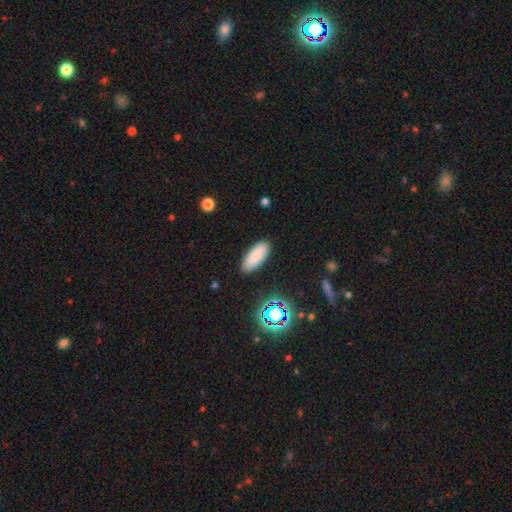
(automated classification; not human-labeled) A smooth galaxy with no disk features (85%) that is in between round and cigar-shaped (80%). Merging: none (88%).